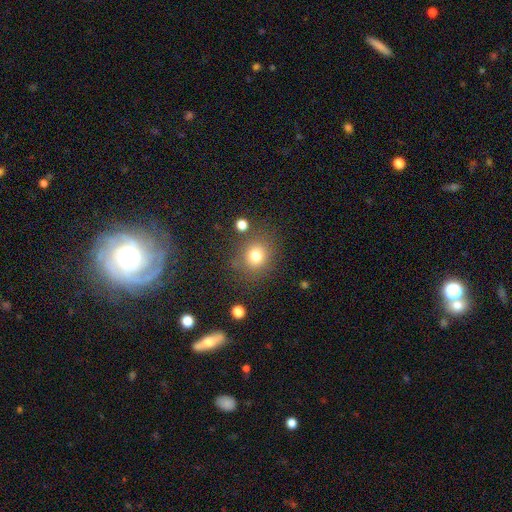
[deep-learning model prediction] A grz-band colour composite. It shows a smooth galaxy with no disk features (78%) that is round (79%). Merging: none (78%).